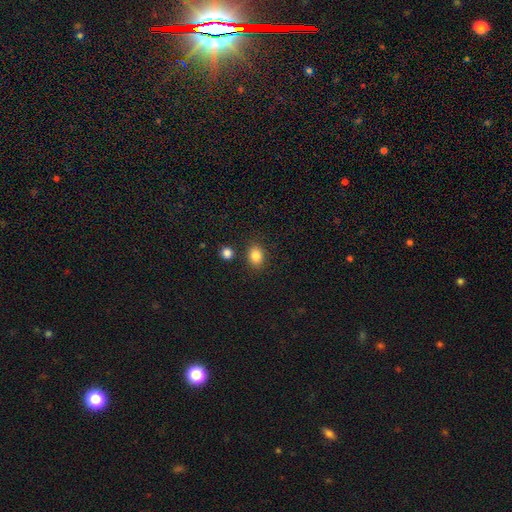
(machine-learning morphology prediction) type=smooth (84%); roundness=in between (53%); merging=none (83%).